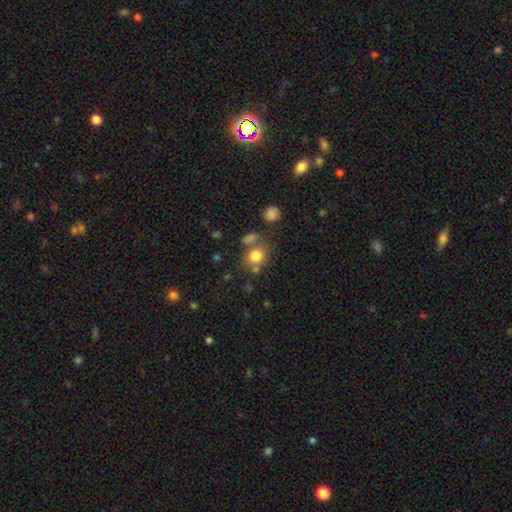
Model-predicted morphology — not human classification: Smooth or featured? Predicted: smooth (p=0.78). How rounded? Predicted: round (p=0.67). Merging? Predicted: none (p=0.59).